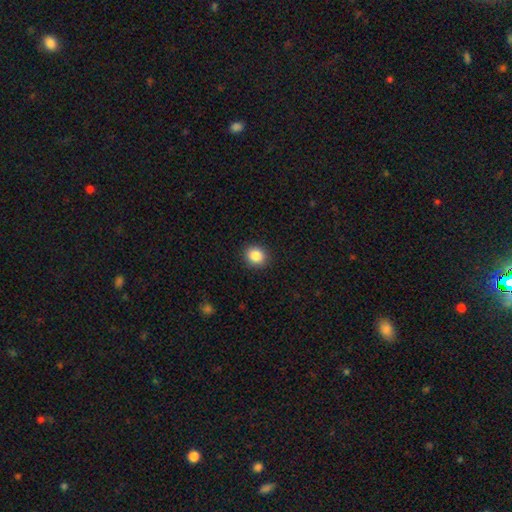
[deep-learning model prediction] The model was most divided on "how rounded": round: 80%, in between: 19%, cigar-shaped: 1%. More confident: merging — none (91%); smooth or featured — smooth (86%).